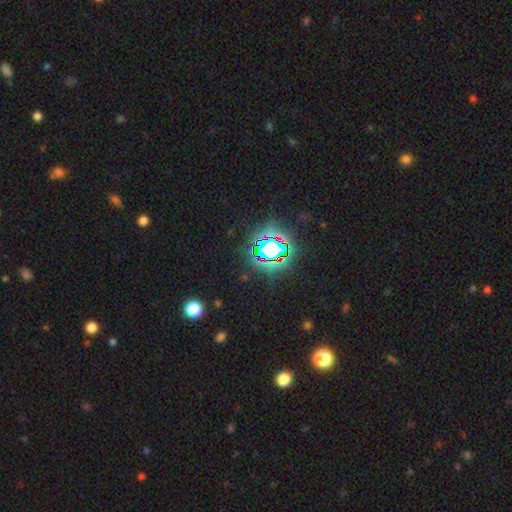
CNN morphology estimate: A star or artifact, not a galaxy (83%).

Vote fractions:
- Smooth or featured? star or artifact: 83% / smooth: 10% / featured or disk: 7%